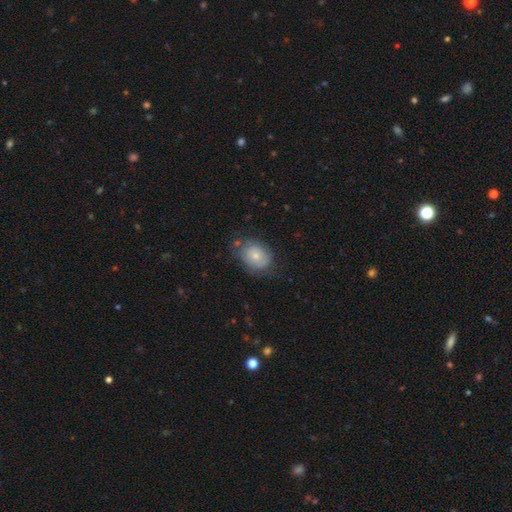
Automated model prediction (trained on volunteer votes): Smooth or featured? smooth (65%)
How rounded? in between (58%)
Merging? none (62%)